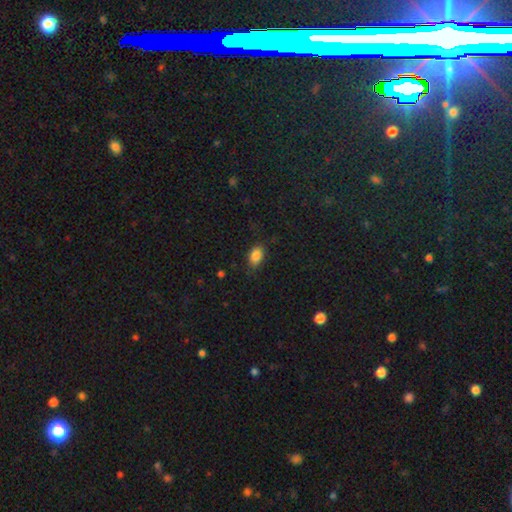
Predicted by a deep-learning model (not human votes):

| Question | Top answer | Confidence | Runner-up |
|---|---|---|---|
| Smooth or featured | smooth | 86% | star or artifact (9%) |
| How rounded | in between | 88% | round (10%) |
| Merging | none | 81% | minor disturbance (14%) |